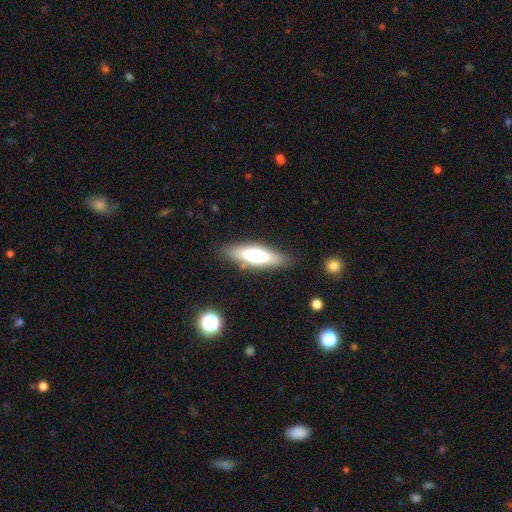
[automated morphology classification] This appears to be a smooth galaxy with no disk features (62%) that is cigar-shaped (53%). Merging: none (84%).